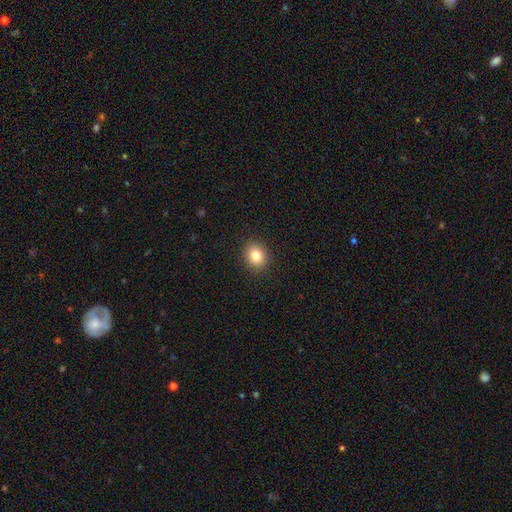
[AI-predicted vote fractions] A smooth galaxy with no disk features (81%) that is round (68%).

Vote fractions:
- Smooth or featured? smooth: 81% / star or artifact: 11% / featured or disk: 8%
- How rounded? round: 68% / in between: 32% / cigar-shaped: 1%
- Merging? none: 91% / minor disturbance: 6% / major disturbance: 2% / merger: 1%